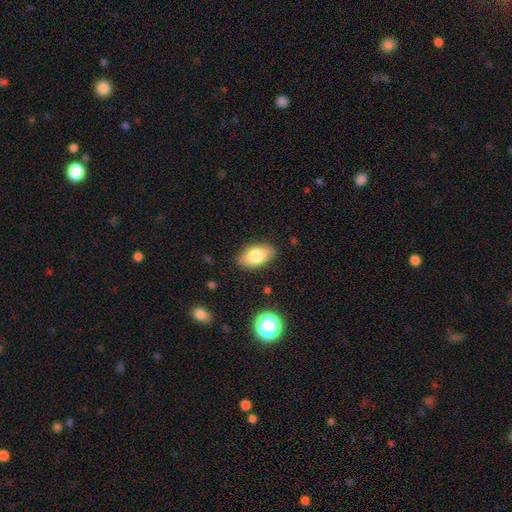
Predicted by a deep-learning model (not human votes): A smooth galaxy with no disk features (78%) that is in between round and cigar-shaped (92%). Merging: none (85%).